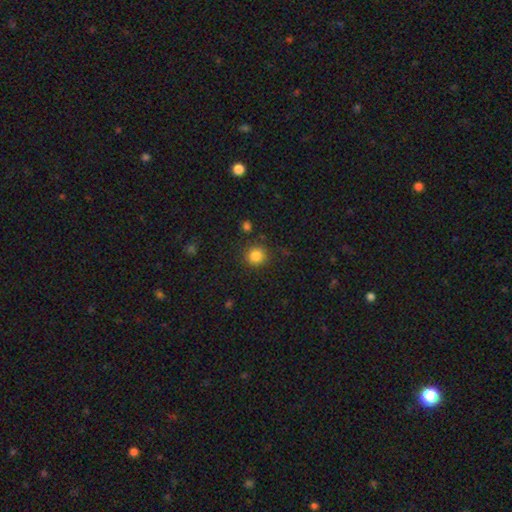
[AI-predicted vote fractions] The model was most divided on "smooth or featured": smooth: 84%, star or artifact: 11%, featured or disk: 4%. More confident: how rounded — round (92%); merging — none (88%).